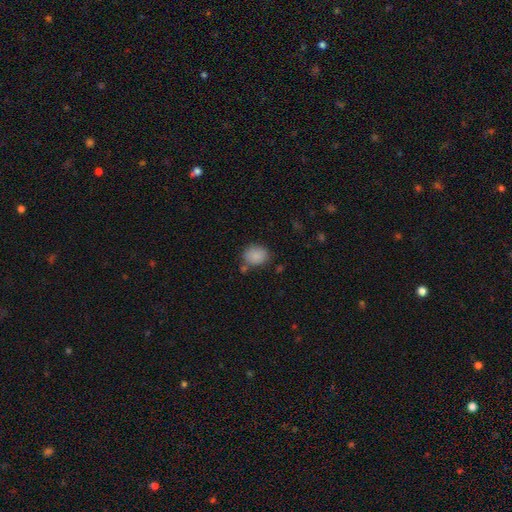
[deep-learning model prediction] Q: Smooth or featured?
A: smooth (87%); runner-up: star or artifact (8%)
Q: How rounded?
A: round (56%); runner-up: in between (43%)
Q: Merging?
A: none (72%); runner-up: minor disturbance (16%)